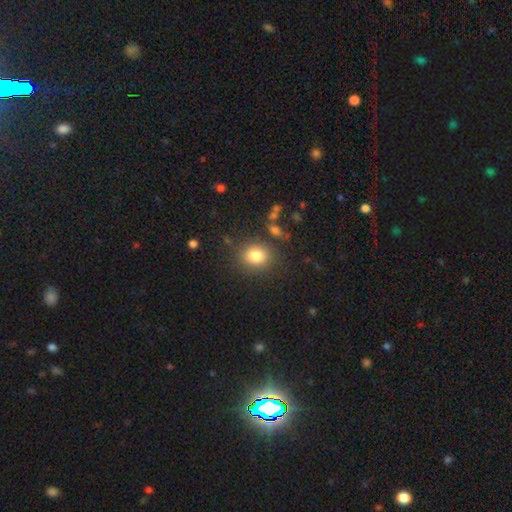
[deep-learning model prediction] Smooth or featured: smooth — 82% (star or artifact — 11%)
How rounded: round — 68% (in between — 31%)
Merging: none — 83% (minor disturbance — 10%)